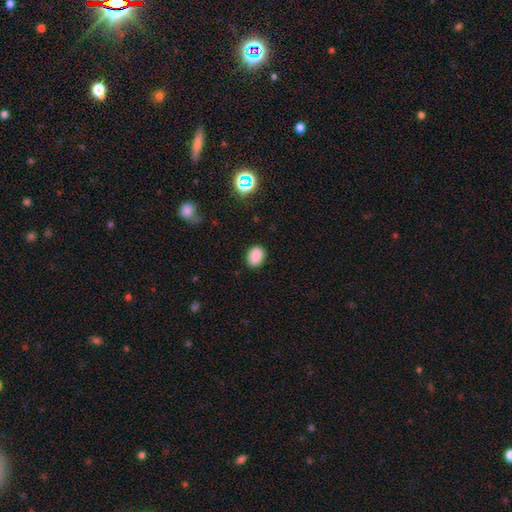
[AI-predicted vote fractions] The model was most divided on "how rounded": in between: 69%, round: 30%, cigar-shaped: 1%. More confident: smooth or featured — smooth (86%); merging — none (85%).